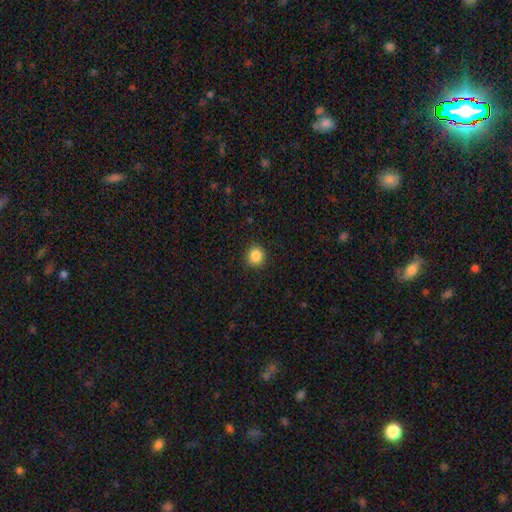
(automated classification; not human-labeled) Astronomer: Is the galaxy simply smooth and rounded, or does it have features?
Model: smooth — 86%.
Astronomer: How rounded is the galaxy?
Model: round — 88%.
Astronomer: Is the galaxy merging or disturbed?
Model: none — 91%.